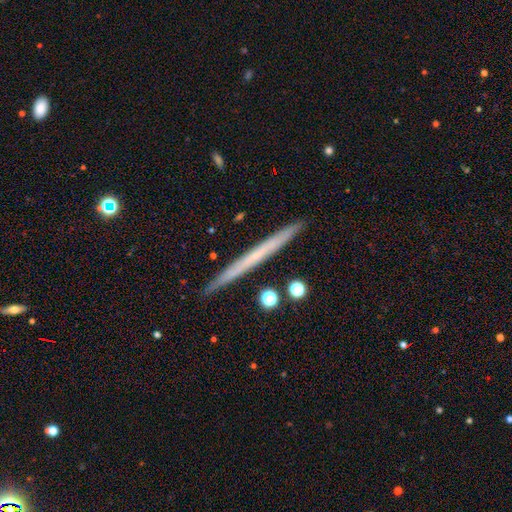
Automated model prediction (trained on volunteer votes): Smooth or featured?
  - featured or disk: 49% *
  - smooth: 44%
  - star or artifact: 8%
Merging?
  - none: 90% *
  - minor disturbance: 7%
  - merger: 2%
  - major disturbance: 1%